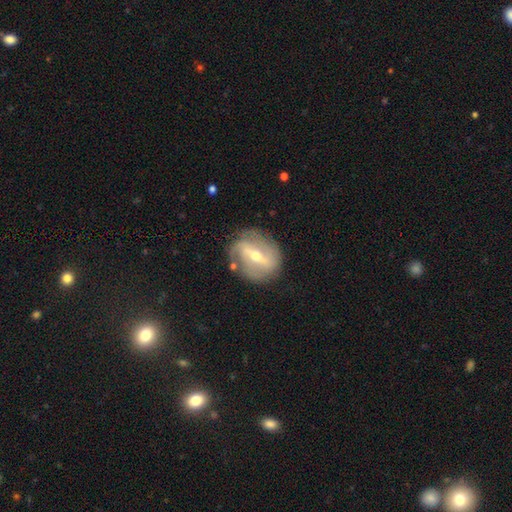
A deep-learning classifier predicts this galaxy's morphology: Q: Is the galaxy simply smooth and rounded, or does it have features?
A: featured or disk — 80%.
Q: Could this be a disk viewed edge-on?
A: no — 93%.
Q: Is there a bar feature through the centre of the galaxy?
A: strong — 57%.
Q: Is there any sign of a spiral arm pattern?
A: yes — 83%.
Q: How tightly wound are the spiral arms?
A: medium — 38%.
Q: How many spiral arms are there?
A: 2 — 55%.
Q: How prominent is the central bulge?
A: moderate — 57%.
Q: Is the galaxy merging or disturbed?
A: none — 74%.